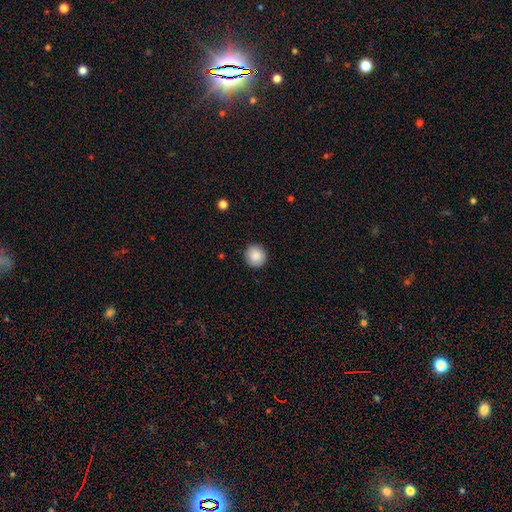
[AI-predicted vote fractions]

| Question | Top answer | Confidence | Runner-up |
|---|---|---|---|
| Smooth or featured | smooth | 88% | star or artifact (8%) |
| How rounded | round | 92% | in between (7%) |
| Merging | none | 90% | minor disturbance (7%) |